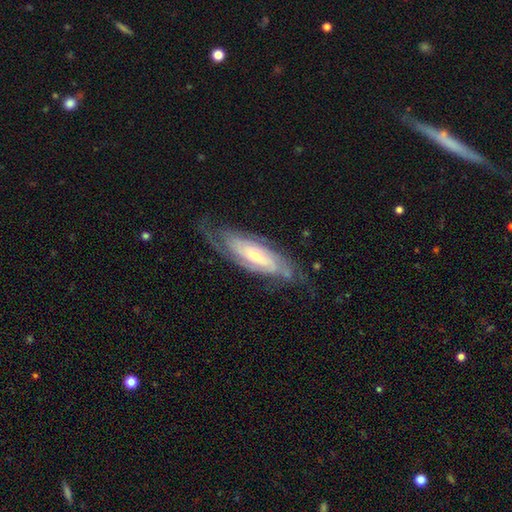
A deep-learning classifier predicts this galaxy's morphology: Smooth or featured?
  - featured or disk: 84% *
  - smooth: 11%
  - star or artifact: 5%
Edge-on disk?
  - no: 86% *
  - yes: 14%
Bar?
  - no: 51% *
  - weak: 32%
  - strong: 17%
Spiral arms?
  - yes: 95% *
  - no: 5%
Spiral winding?
  - tight: 62% *
  - medium: 30%
  - loose: 8%
Spiral arm count?
  - 2: 42% *
  - can't tell: 32%
  - 3: 13%
  - 4: 6%
  - 1: 3%
  - more than 4: 3%
Bulge size?
  - small: 62% *
  - moderate: 33%
  - large: 2%
  - none: 2%
  - dominant: 1%
Merging?
  - none: 71% *
  - minor disturbance: 19%
  - major disturbance: 8%
  - merger: 1%